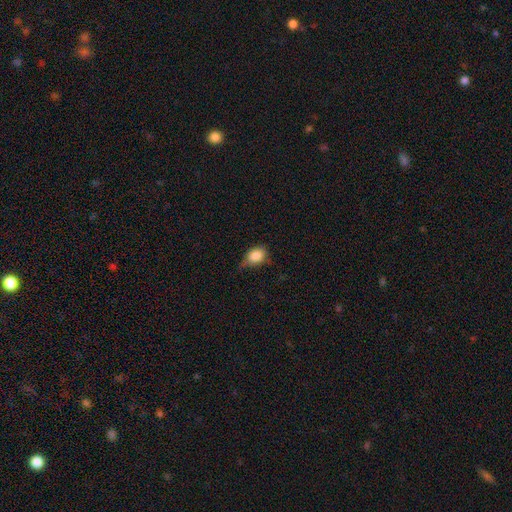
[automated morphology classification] Overall: smooth (83%). How rounded: in between (67%; round 31%). Merging: minor disturbance (45%; none 38%).